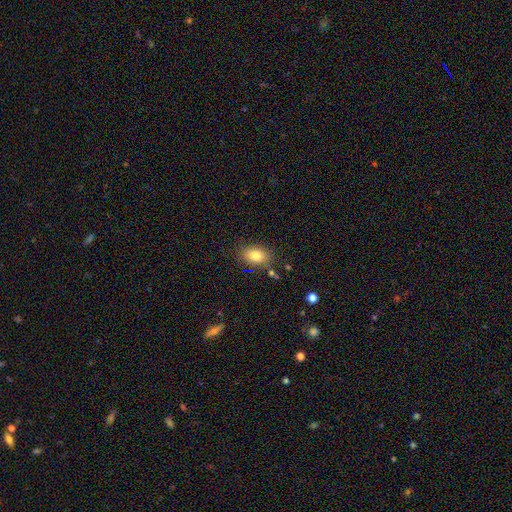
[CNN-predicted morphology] Overall: smooth (82%). How rounded: in between (80%). Merging: none (78%).